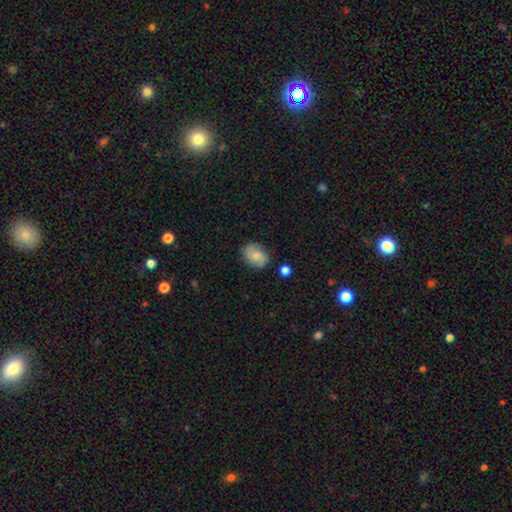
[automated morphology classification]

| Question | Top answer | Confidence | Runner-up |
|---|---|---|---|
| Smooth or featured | smooth | 52% | featured or disk (40%) |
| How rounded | in between | 62% | round (36%) |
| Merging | none | 78% | minor disturbance (16%) |